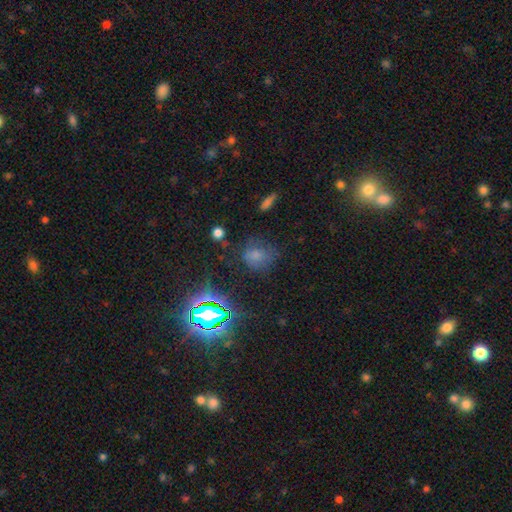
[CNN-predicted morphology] smooth 62%, star or artifact 27%, featured or disk 12%. Down the decision tree: how rounded — round (59%); merging — none (57%).